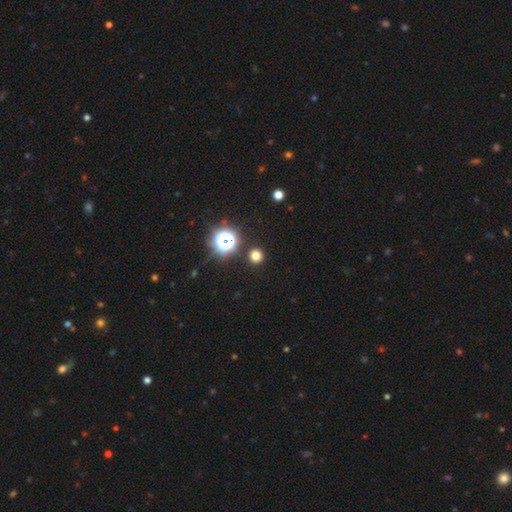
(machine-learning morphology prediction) This is likely a smooth galaxy (74%). How rounded: clearly round (94%). Merging: clearly none (91%).